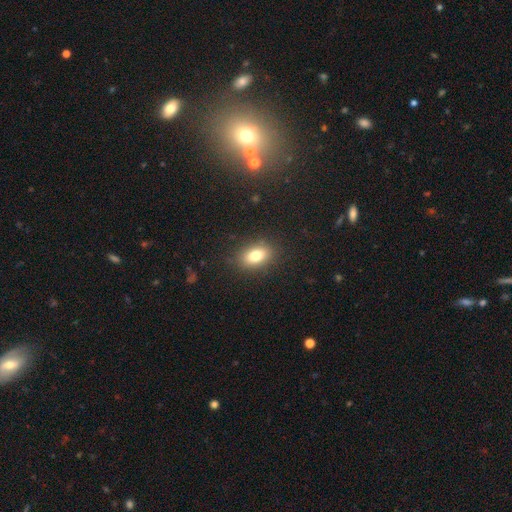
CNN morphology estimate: A smooth galaxy with no disk features (79%) that is in between round and cigar-shaped (84%). Merging: none (87%).